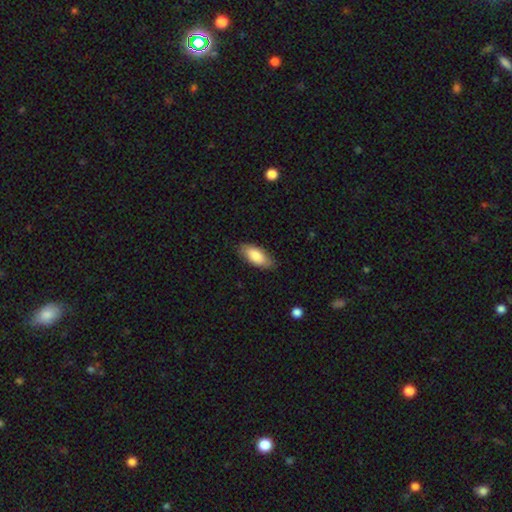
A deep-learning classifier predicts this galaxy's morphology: The model was most divided on "smooth or featured": smooth: 82%, featured or disk: 12%, star or artifact: 6%. More confident: how rounded — in between (86%); merging — none (83%).